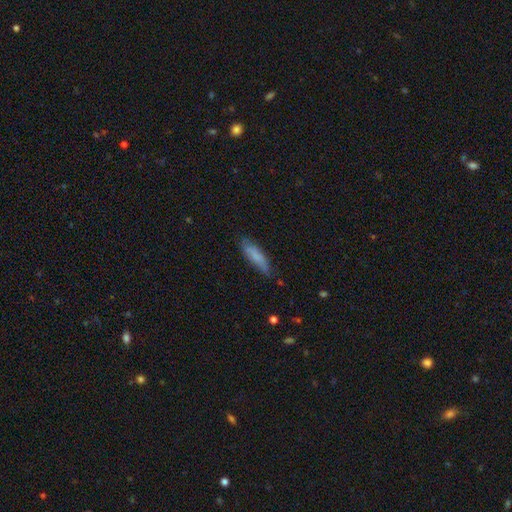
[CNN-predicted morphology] Smooth or featured? smooth (77%)
How rounded? cigar-shaped (65%)
Merging? none (70%)